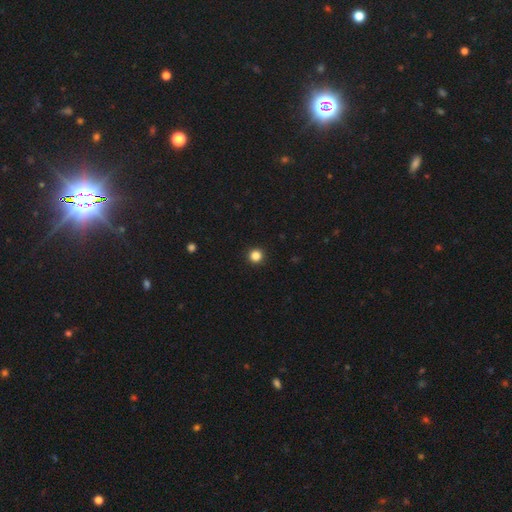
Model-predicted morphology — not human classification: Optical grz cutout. It shows a smooth galaxy with no disk features (85%) that is round (96%). Merging: none (94%).